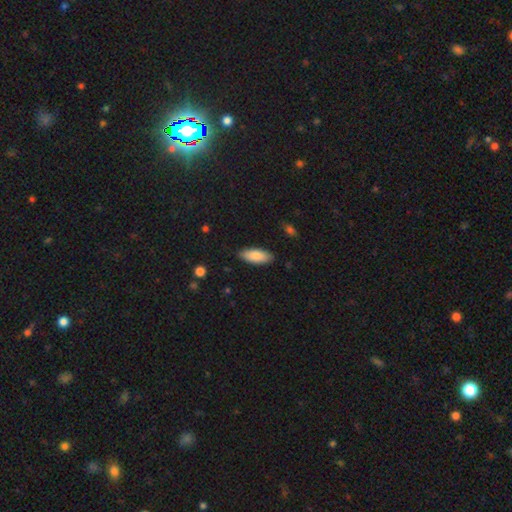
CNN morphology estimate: Overall: smooth (85%). How rounded: in between (78%). Merging: none (86%).